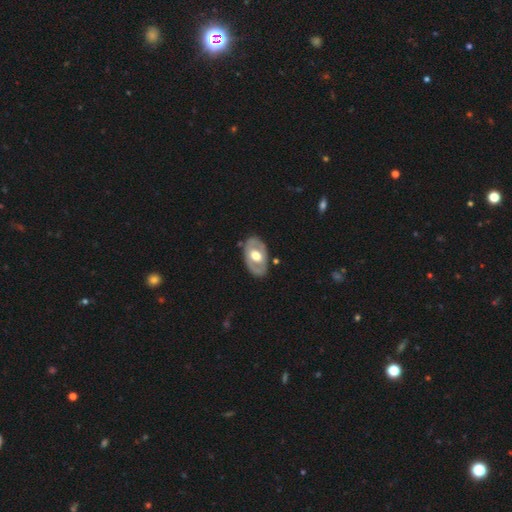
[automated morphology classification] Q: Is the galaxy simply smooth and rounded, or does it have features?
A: featured or disk — 59%.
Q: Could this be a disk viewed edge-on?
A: no — 90%.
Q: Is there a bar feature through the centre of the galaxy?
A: no — 71%.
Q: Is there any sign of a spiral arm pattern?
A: no — 74%.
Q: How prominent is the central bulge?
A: moderate — 62%.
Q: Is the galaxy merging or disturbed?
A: none — 79%.